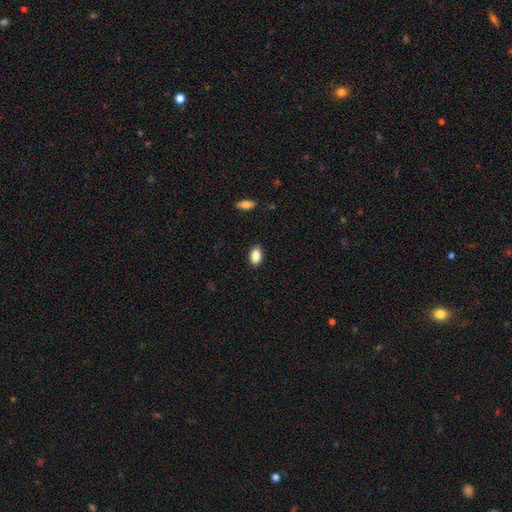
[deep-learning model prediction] Overall: smooth (88%). How rounded: in between (90%). Merging: none (86%).